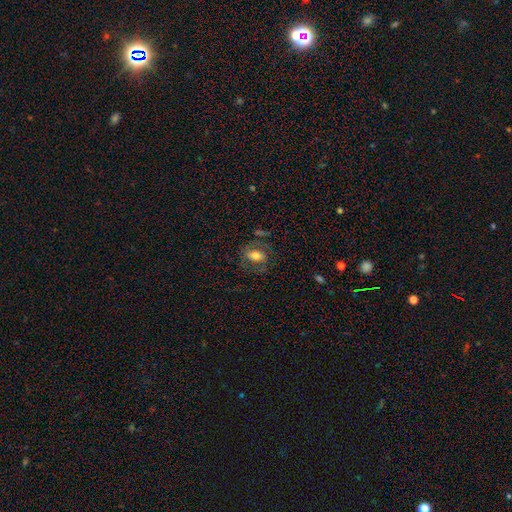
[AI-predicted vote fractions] Smooth or featured? Predicted: smooth (p=0.60). How rounded? Predicted: in between (p=0.79). Merging? Predicted: none (p=0.65).